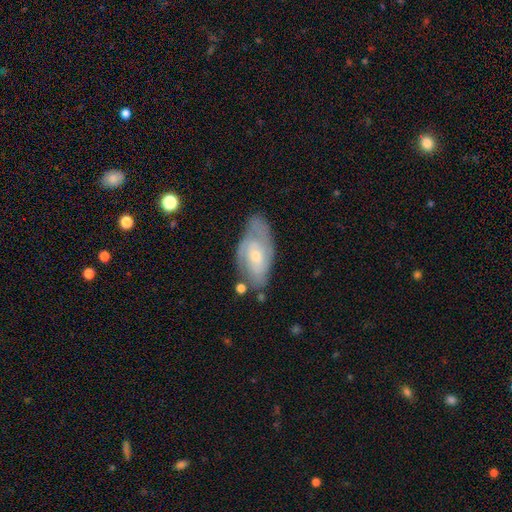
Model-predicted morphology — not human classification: The model was most divided on "spiral arm count": 2: 43%, can't tell: 36%, 3: 10%, 1: 6%, 4: 3%, more than 4: 2%. Remaining: edge-on disk — no (92%); spiral arms — yes (83%); smooth or featured — featured or disk (68%); bar — no (62%); bulge size — small (60%); merging — none (56%); spiral winding — tight (50%).